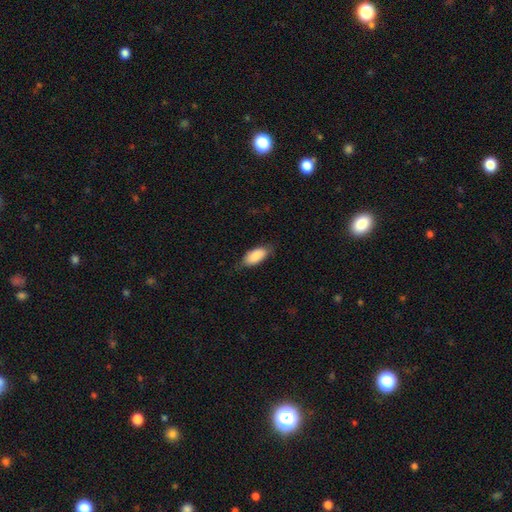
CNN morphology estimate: A smooth galaxy with no disk features (87%) that is in between round and cigar-shaped (91%).

Vote fractions:
- Smooth or featured? smooth: 87% / featured or disk: 7% / star or artifact: 6%
- How rounded? in between: 91% / cigar-shaped: 7% / round: 2%
- Merging? none: 73% / minor disturbance: 21% / major disturbance: 5% / merger: 1%